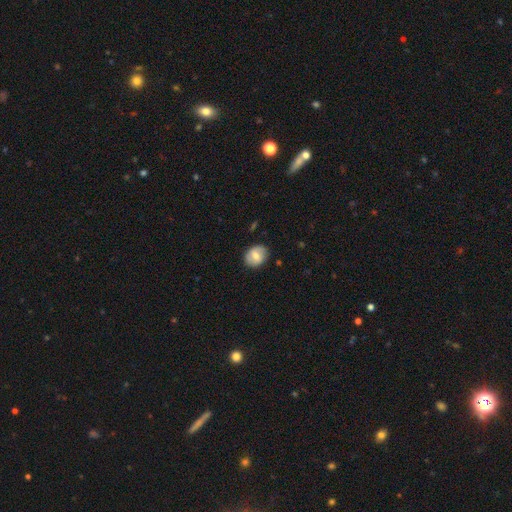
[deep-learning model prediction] smooth_or_featured: smooth (p=0.62) [alt: featured or disk p=0.31]
how_rounded: round (p=0.52) [alt: in between p=0.47]
merging: none (p=0.82) [alt: minor disturbance p=0.13]